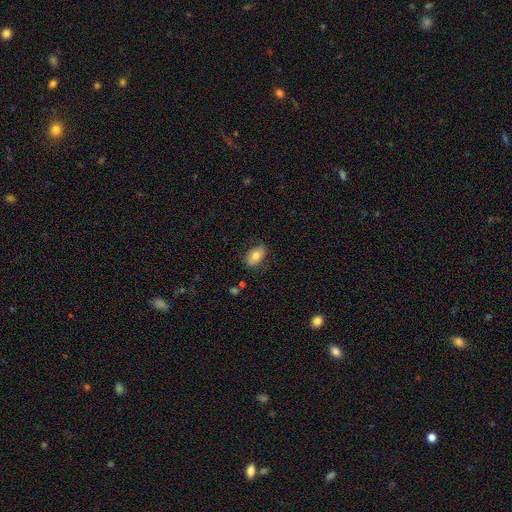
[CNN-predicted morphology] A smooth galaxy with no disk features (76%) that is in between round and cigar-shaped (88%). Merging: none (78%).